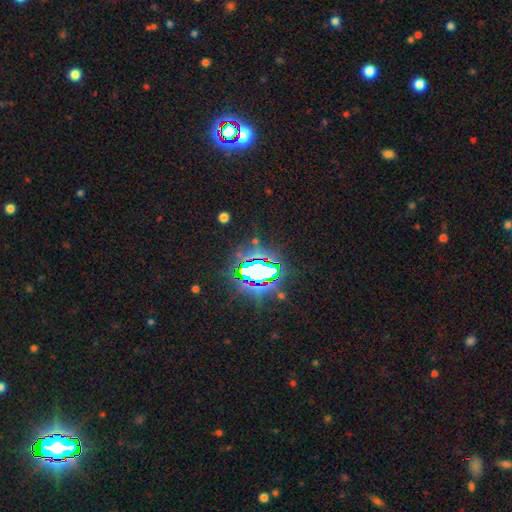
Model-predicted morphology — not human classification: star or artifact 82%, smooth 11%, featured or disk 8%.